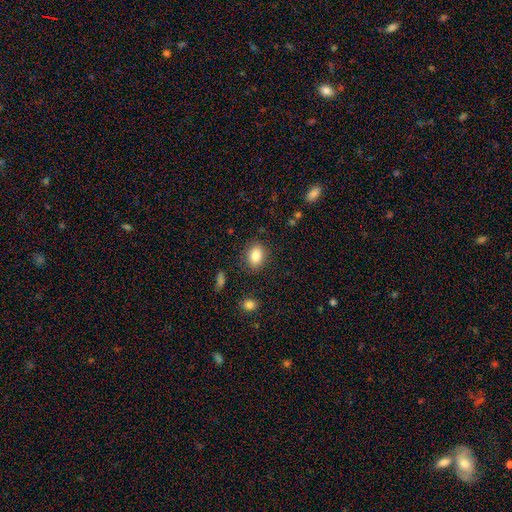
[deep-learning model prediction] Smooth or featured?
  - smooth: 84% *
  - star or artifact: 9%
  - featured or disk: 8%
How rounded?
  - in between: 73% *
  - round: 26%
  - cigar-shaped: 1%
Merging?
  - none: 85% *
  - minor disturbance: 10%
  - major disturbance: 3%
  - merger: 2%